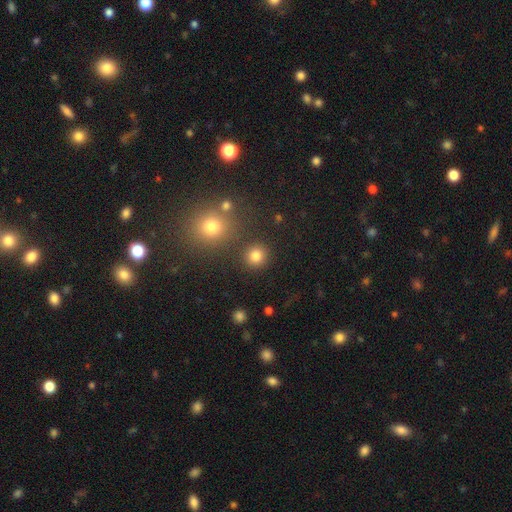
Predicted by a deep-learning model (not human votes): Smooth or featured: smooth — 82% (star or artifact — 13%)
How rounded: round — 93% (in between — 7%)
Merging: none — 87% (minor disturbance — 6%)